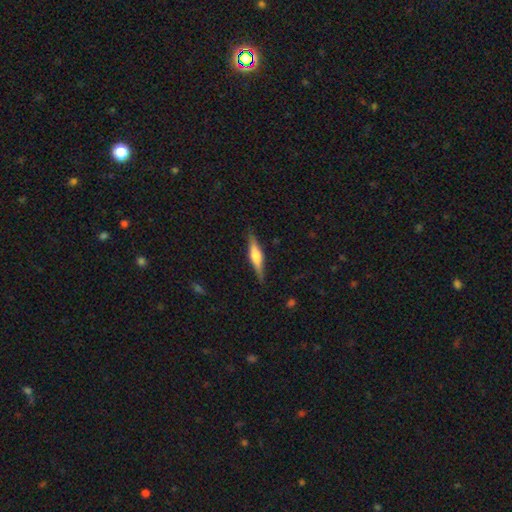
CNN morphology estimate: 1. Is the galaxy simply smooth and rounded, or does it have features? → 62% featured or disk, 32% smooth, 6% star or artifact.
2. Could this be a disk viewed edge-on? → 97% yes, 3% no.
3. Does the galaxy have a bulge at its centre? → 84% rounded, 11% boxy, 4% none.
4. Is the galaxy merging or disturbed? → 88% none, 9% minor disturbance, 2% major disturbance, 1% merger.